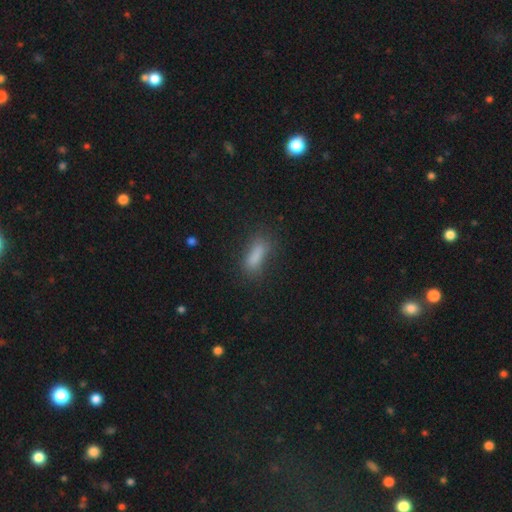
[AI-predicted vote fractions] smooth-or-featured: smooth: 78% | star or artifact: 12% | featured or disk: 9%
  how-rounded: in between: 54% | cigar-shaped: 43% | round: 4%
  merging: none: 70% | minor disturbance: 19% | major disturbance: 9% | merger: 3%